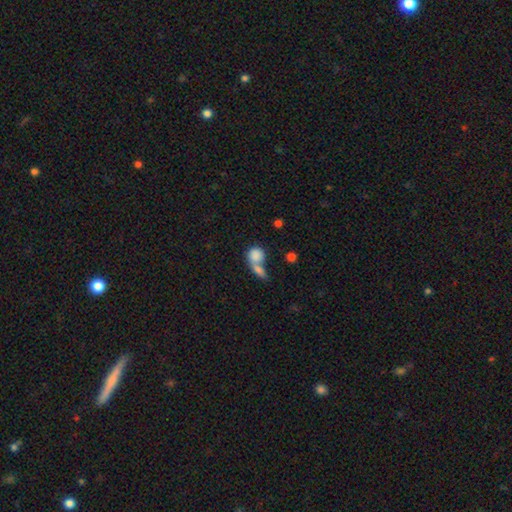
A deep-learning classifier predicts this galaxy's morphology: smooth 81%, featured or disk 11%, star or artifact 8%. Down the decision tree: how rounded — round (67%); merging — merger (58%).